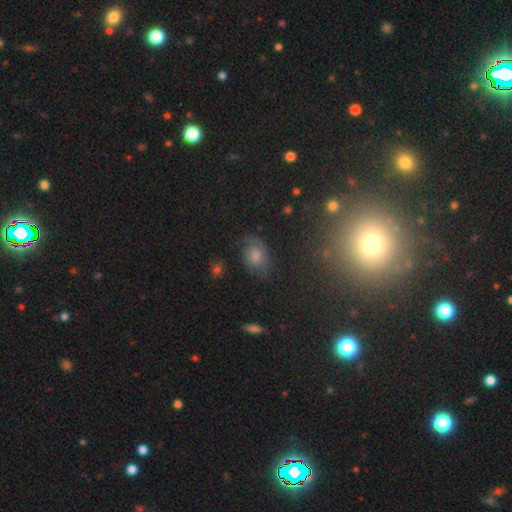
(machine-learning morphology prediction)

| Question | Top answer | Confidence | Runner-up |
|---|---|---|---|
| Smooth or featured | smooth | 53% | featured or disk (32%) |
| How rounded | in between | 73% | round (25%) |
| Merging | none | 60% | minor disturbance (25%) |